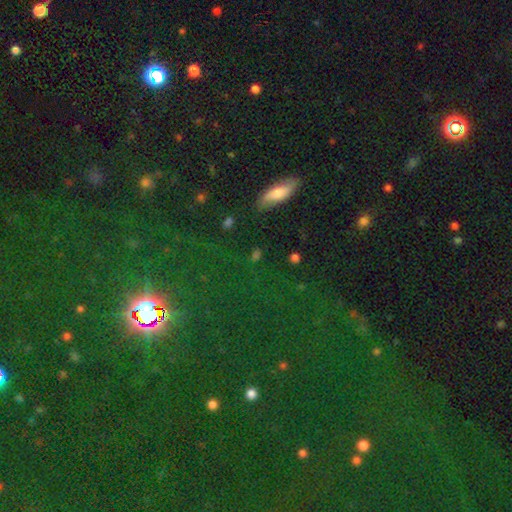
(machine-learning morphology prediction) A smooth galaxy with no disk features (51%) that is in between round and cigar-shaped (45%).

Vote fractions:
- Smooth or featured? smooth: 51% / star or artifact: 35% / featured or disk: 14%
- How rounded? in between: 45% / round: 32% / cigar-shaped: 23%
- Merging? none: 79% / minor disturbance: 12% / major disturbance: 5% / merger: 5%